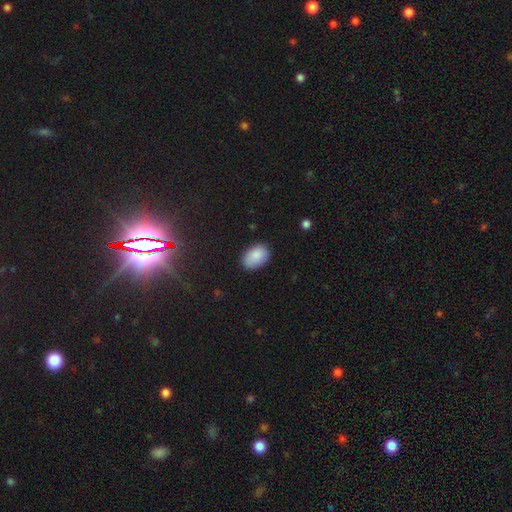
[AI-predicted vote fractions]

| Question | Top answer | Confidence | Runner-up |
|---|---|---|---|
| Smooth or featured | smooth | 88% | star or artifact (7%) |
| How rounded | in between | 87% | round (12%) |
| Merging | none | 80% | minor disturbance (15%) |